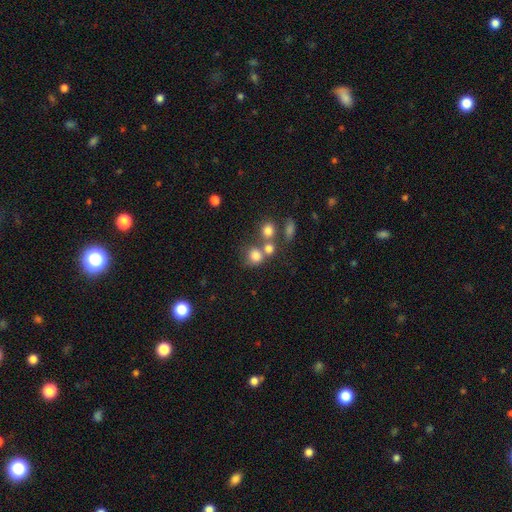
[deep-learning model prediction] Smooth or featured? Predicted: smooth (p=0.76). How rounded? Predicted: round (p=0.80). Merging? Predicted: none (p=0.48).